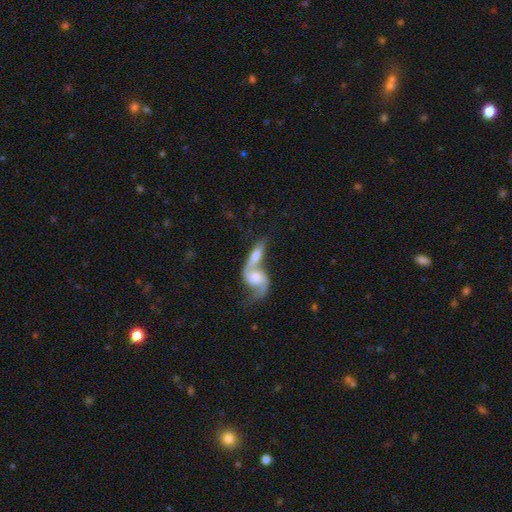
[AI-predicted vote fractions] This appears to be a featured or disk galaxy (61%) with no bar (58%), spiral arms (81%) and a moderate central bulge (48%). Merging: merger (71%).